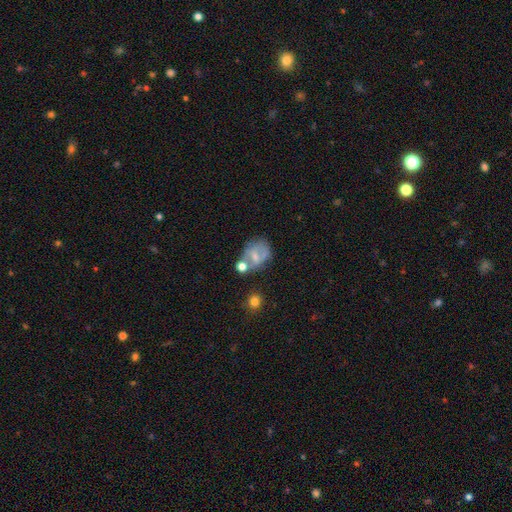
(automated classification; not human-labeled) Smooth or featured?
  - smooth: 45% *
  - featured or disk: 44%
  - star or artifact: 11%
Merging?
  - none: 38% *
  - merger: 25%
  - minor disturbance: 21%
  - major disturbance: 16%